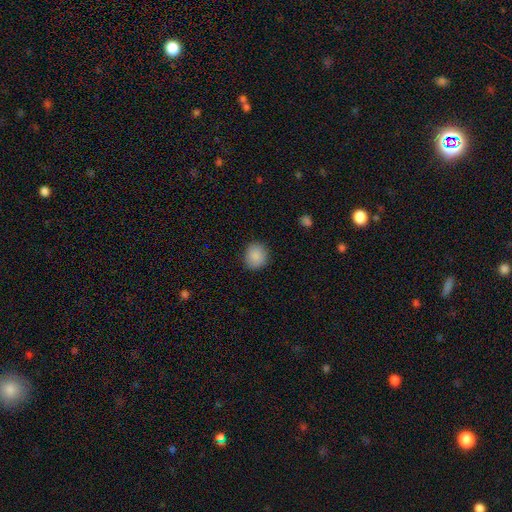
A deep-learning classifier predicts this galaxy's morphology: smooth 88%, star or artifact 8%, featured or disk 4%. Down the decision tree: how rounded — round (81%); merging — none (88%).